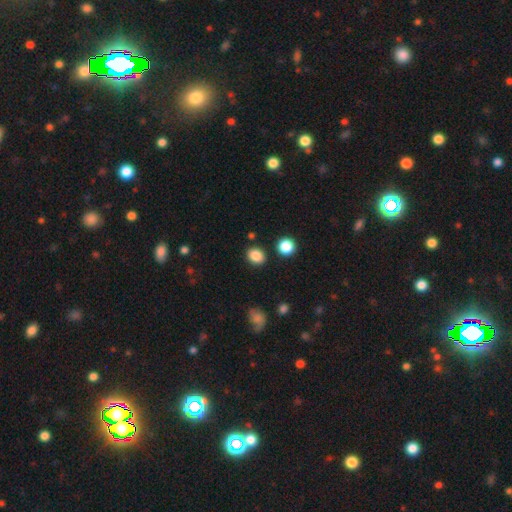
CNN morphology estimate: Q: Smooth or featured?
A: smooth (86%); runner-up: star or artifact (10%)
Q: How rounded?
A: round (59%); runner-up: in between (40%)
Q: Merging?
A: none (86%); runner-up: minor disturbance (8%)